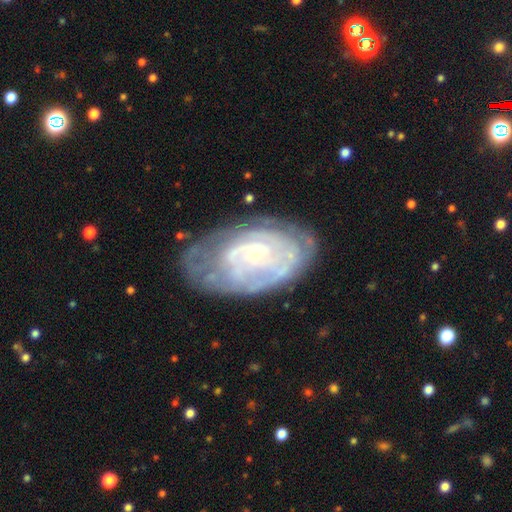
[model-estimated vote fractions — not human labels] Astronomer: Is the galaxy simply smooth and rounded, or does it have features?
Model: featured or disk — 79%.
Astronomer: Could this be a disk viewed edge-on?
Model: no — 96%.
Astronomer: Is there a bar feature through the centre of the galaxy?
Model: no — 76%.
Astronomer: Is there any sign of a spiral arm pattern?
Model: yes — 81%.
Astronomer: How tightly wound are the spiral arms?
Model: tight — 71%.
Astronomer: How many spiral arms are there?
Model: can't tell — 58%.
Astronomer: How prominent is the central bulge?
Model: small — 81%.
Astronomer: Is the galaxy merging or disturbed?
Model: none — 61%.